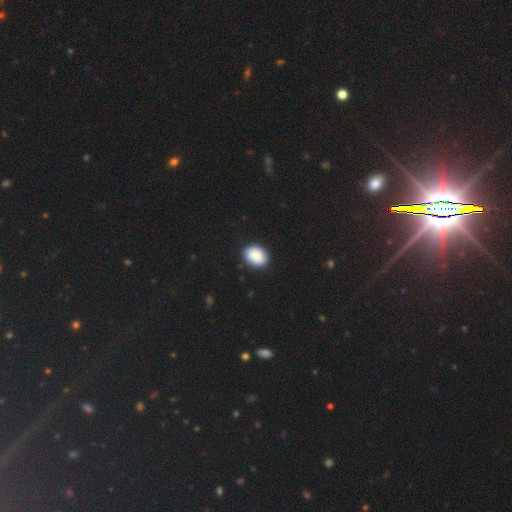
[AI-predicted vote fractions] Smooth or featured? smooth (88%)
How rounded? in between (68%)
Merging? none (88%)